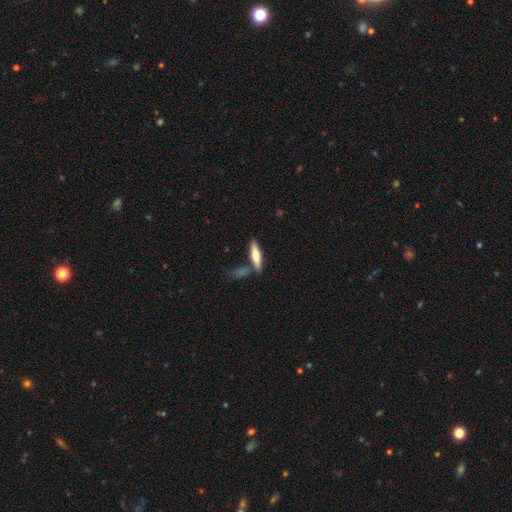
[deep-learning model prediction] A smooth galaxy with no disk features (58%) that is cigar-shaped (71%). Merging: none (69%).